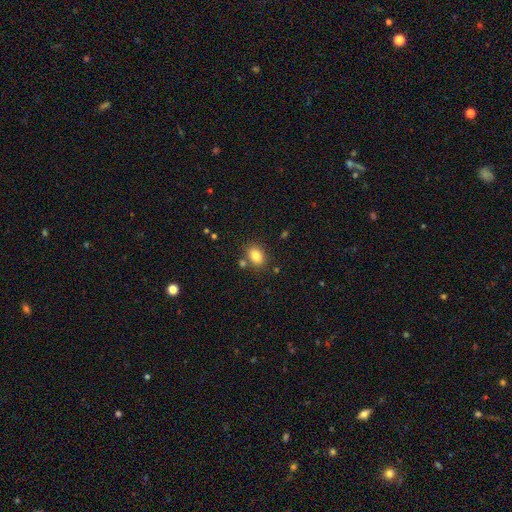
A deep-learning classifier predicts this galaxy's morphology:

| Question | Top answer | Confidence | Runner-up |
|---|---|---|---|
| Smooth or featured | smooth | 83% | star or artifact (9%) |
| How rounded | in between | 72% | round (27%) |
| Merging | none | 77% | minor disturbance (11%) |